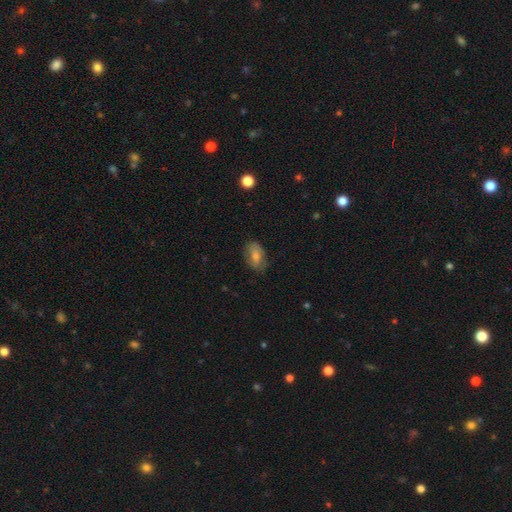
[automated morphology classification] Q: Smooth or featured?
A: smooth (59%); runner-up: featured or disk (30%)
Q: How rounded?
A: in between (86%); runner-up: round (11%)
Q: Merging?
A: none (77%); runner-up: minor disturbance (17%)